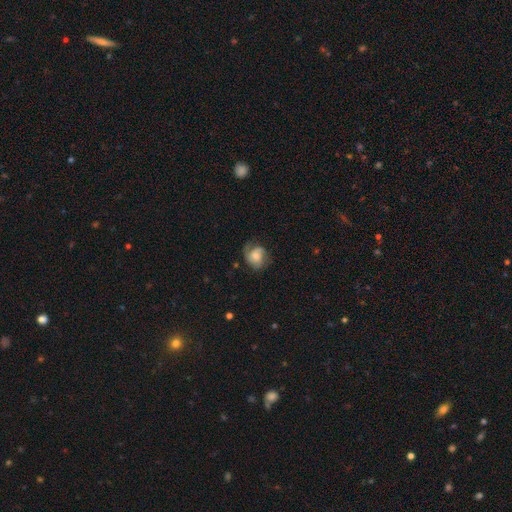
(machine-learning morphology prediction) Smooth or featured? featured or disk (49%)
Merging? none (55%)